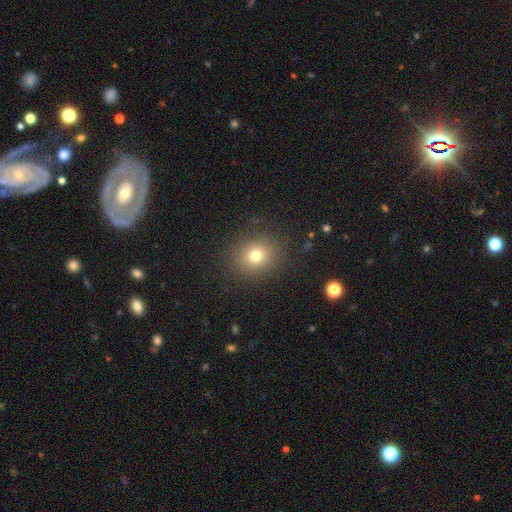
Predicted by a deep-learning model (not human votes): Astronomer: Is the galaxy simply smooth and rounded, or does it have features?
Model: smooth — 75%.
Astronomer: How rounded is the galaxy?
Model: round — 75%.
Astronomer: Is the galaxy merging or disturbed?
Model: none — 87%.